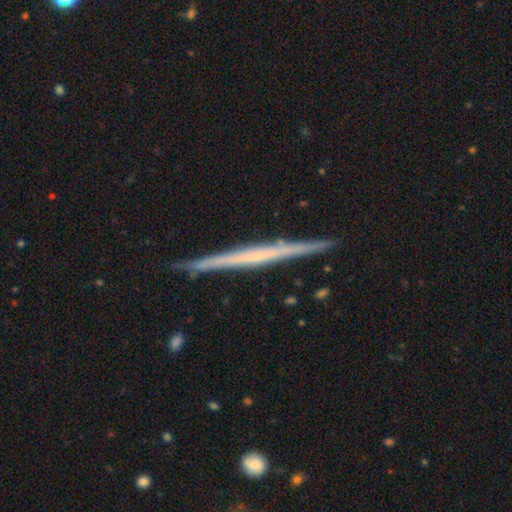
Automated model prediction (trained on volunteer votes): The model was most divided on "smooth or featured": featured or disk: 69%, smooth: 26%, star or artifact: 5%. More confident: edge-on disk — yes (98%); merging — none (90%); edge-on bulge — none (80%).